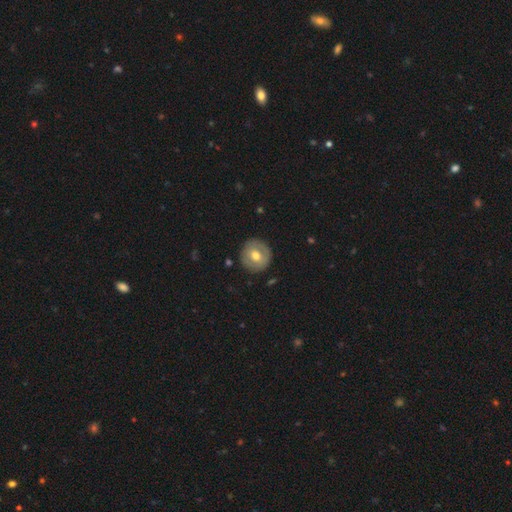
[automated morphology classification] smooth-or-featured: smooth: 58% | featured or disk: 36% | star or artifact: 6%
  how-rounded: round: 93% | in between: 6% | cigar-shaped: 1%
  merging: none: 87% | minor disturbance: 9% | major disturbance: 2% | merger: 1%